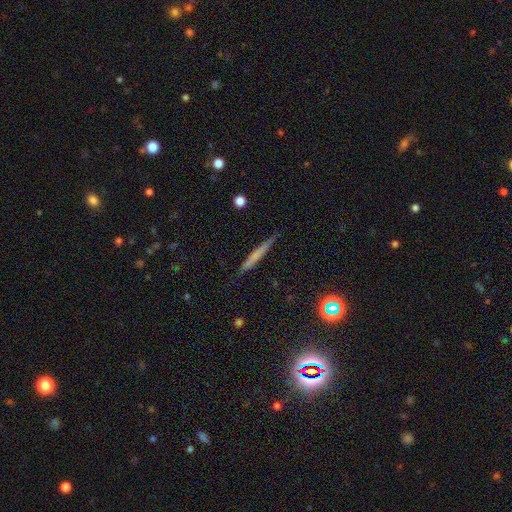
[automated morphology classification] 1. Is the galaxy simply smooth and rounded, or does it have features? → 58% smooth, 34% featured or disk, 8% star or artifact.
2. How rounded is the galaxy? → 95% cigar-shaped, 3% in between, 2% round.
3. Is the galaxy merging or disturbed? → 86% none, 11% minor disturbance, 2% major disturbance, 1% merger.